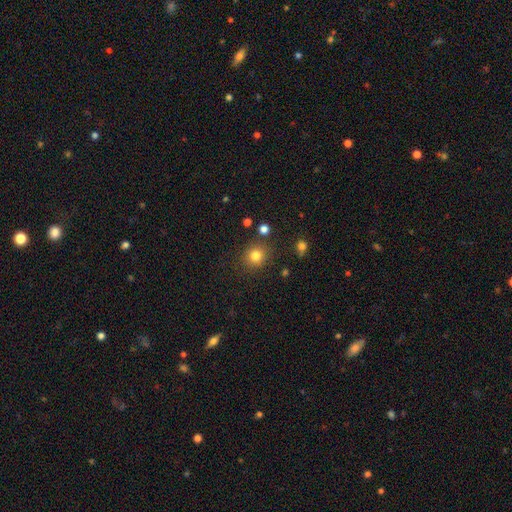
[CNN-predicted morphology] Smooth or featured: smooth — 81% (star or artifact — 13%)
How rounded: round — 85% (in between — 15%)
Merging: none — 85% (minor disturbance — 9%)